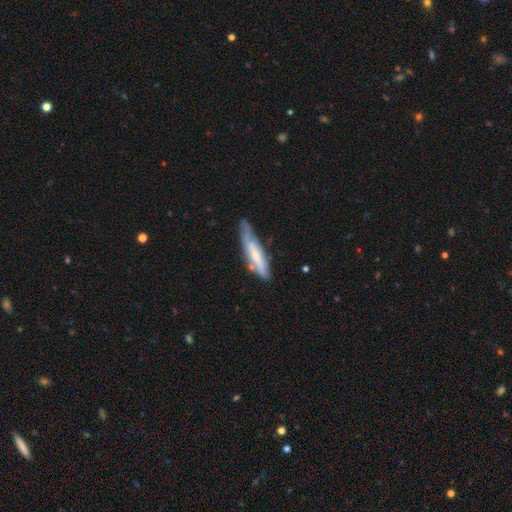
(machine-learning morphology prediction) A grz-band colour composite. It shows a smooth galaxy with no disk features (48%). Merging: none (54%).